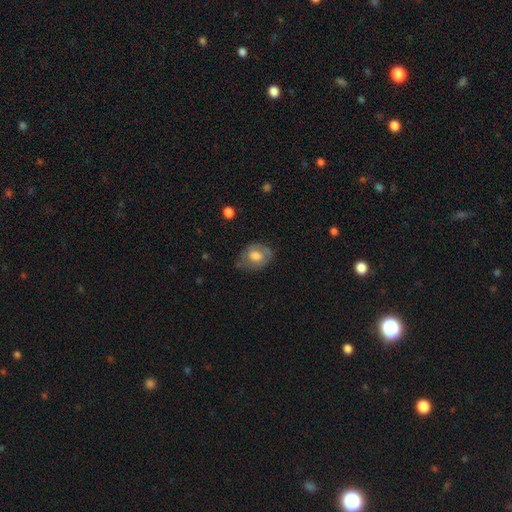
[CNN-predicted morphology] smooth-or-featured: smooth: 58% | featured or disk: 35% | star or artifact: 8%
  how-rounded: in between: 57% | round: 42% | cigar-shaped: 1%
  merging: none: 56% | minor disturbance: 30% | major disturbance: 12% | merger: 2%